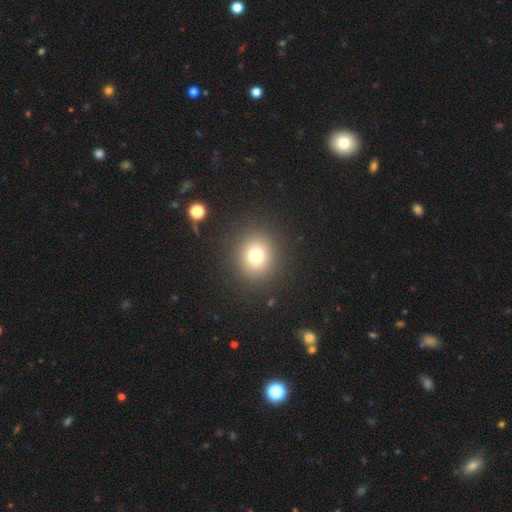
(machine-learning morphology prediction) A smooth galaxy with no disk features (74%) that is round (87%).

Vote fractions:
- Smooth or featured? smooth: 74% / star or artifact: 16% / featured or disk: 10%
- How rounded? round: 87% / in between: 12% / cigar-shaped: 1%
- Merging? none: 89% / minor disturbance: 6% / major disturbance: 3% / merger: 2%